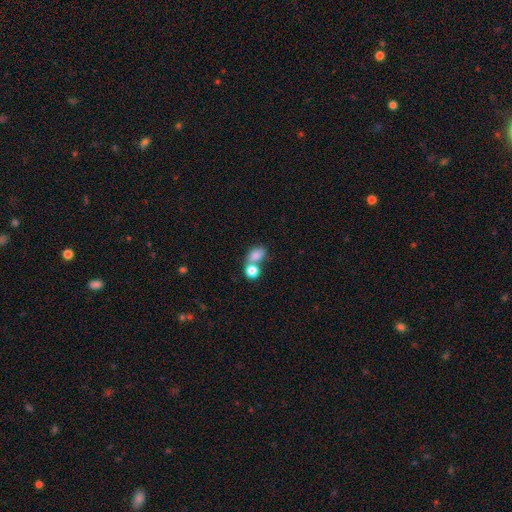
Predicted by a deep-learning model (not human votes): Overall: smooth (80%). How rounded: in between (66%; round 32%). Merging: merger (49%; none 35%).